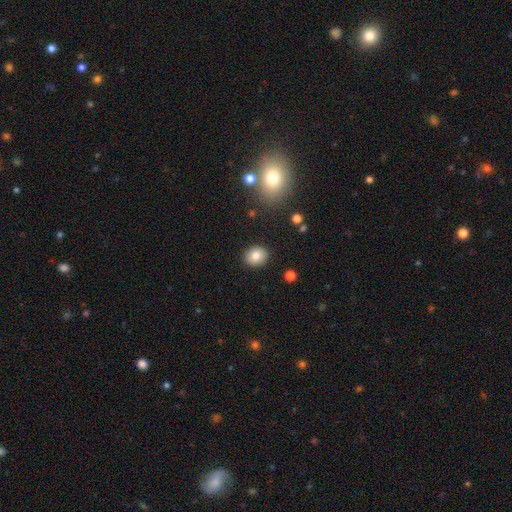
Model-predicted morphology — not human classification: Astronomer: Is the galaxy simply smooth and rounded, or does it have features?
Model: smooth — 84%.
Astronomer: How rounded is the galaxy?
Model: round — 62%.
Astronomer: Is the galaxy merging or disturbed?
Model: none — 89%.